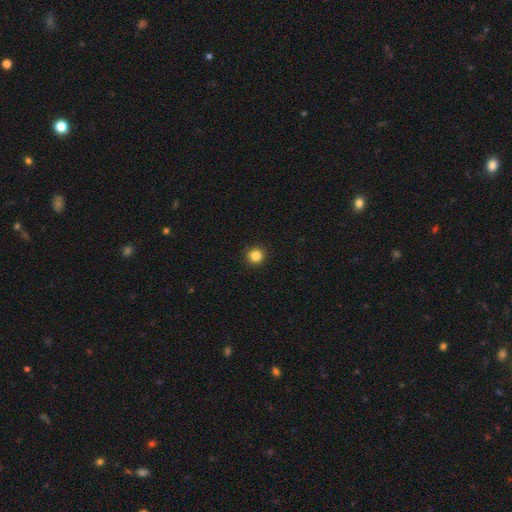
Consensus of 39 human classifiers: Morphology: type=smooth (87%); roundness=round (94%); merging=none (97%).